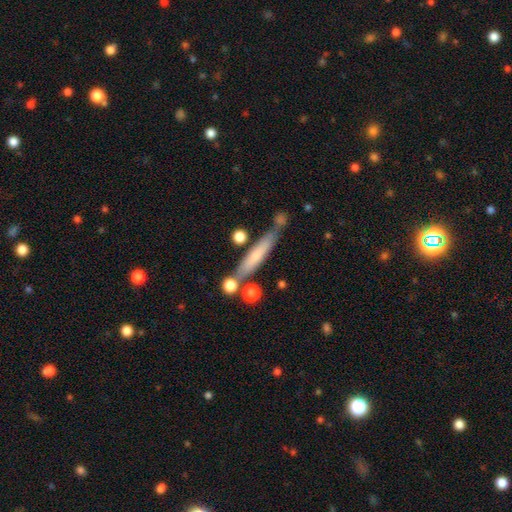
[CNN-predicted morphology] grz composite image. It shows a smooth galaxy with no disk features (58%) that is cigar-shaped (90%). Merging: none (69%).